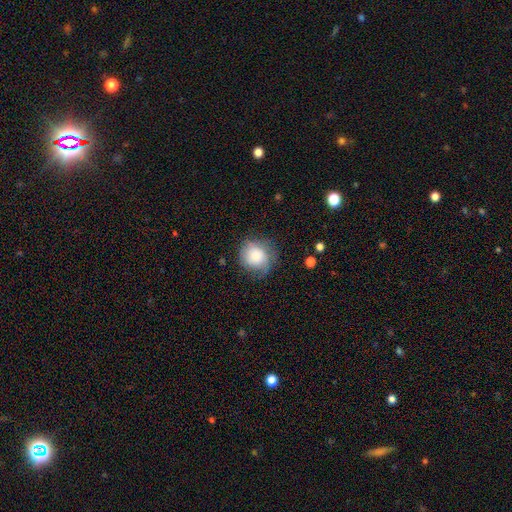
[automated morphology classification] Overall: smooth (76%). How rounded: round (84%). Merging: none (63%; minor disturbance 25%).